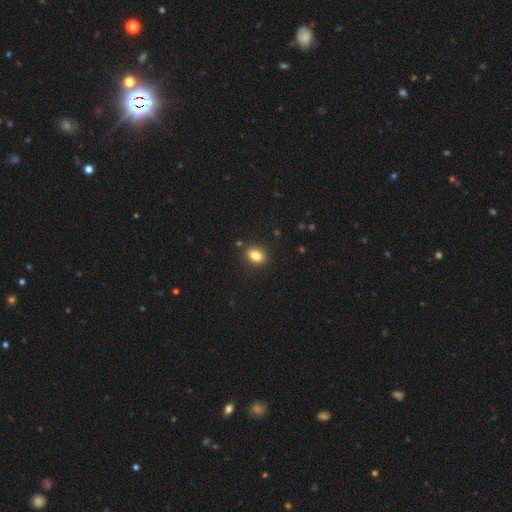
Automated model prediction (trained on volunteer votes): A smooth galaxy with no disk features (83%) that is in between round and cigar-shaped (71%).

Vote fractions:
- Smooth or featured? smooth: 83% / star or artifact: 10% / featured or disk: 7%
- How rounded? in between: 71% / round: 27% / cigar-shaped: 2%
- Merging? none: 87% / minor disturbance: 9% / merger: 2% / major disturbance: 2%